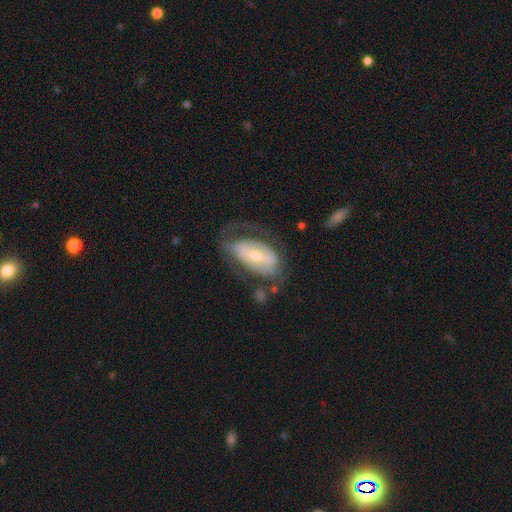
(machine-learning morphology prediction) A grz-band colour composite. It shows a featured or disk galaxy (64%) with no bar (36%), spiral arms (59%) and a moderate central bulge (48%). Merging: none (42%).